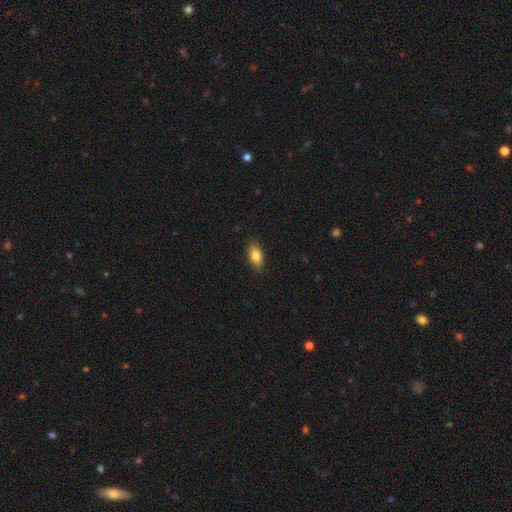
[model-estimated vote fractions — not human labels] A smooth galaxy with no disk features (81%) that is in between round and cigar-shaped (87%).

Vote fractions:
- Smooth or featured? smooth: 81% / featured or disk: 12% / star or artifact: 7%
- How rounded? in between: 87% / cigar-shaped: 8% / round: 5%
- Merging? none: 87% / minor disturbance: 10% / major disturbance: 2% / merger: 1%